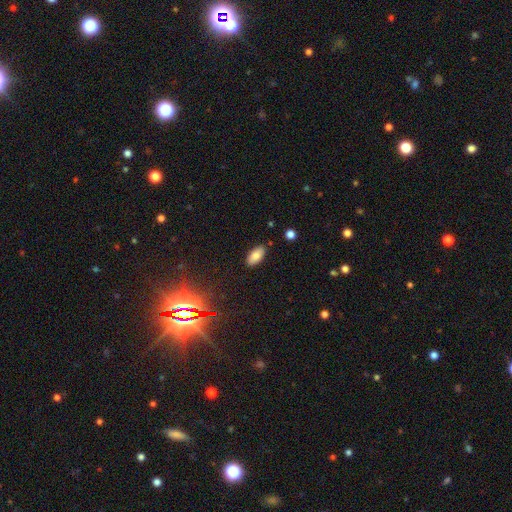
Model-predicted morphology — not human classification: Smooth or featured: smooth — 81% (star or artifact — 10%)
How rounded: in between — 93% (cigar-shaped — 5%)
Merging: none — 87% (minor disturbance — 9%)